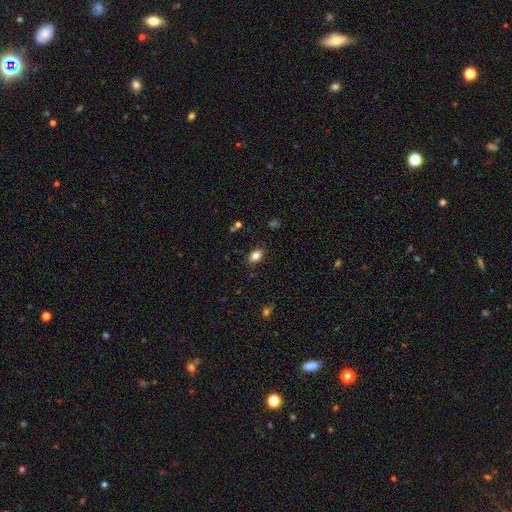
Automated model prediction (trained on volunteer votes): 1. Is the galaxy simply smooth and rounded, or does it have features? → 81% smooth, 9% star or artifact, 9% featured or disk.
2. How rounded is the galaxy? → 87% in between, 10% round, 3% cigar-shaped.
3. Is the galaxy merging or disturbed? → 84% none, 12% minor disturbance, 3% major disturbance, 1% merger.